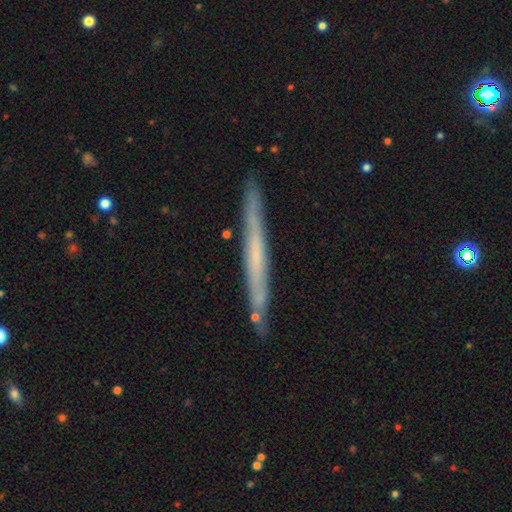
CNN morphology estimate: Q: Smooth or featured?
A: featured or disk (54%); runner-up: smooth (40%)
Q: Edge-on disk?
A: yes (94%); runner-up: no (6%)
Q: Edge-on bulge?
A: none (87%); runner-up: rounded (8%)
Q: Merging?
A: none (85%); runner-up: minor disturbance (10%)